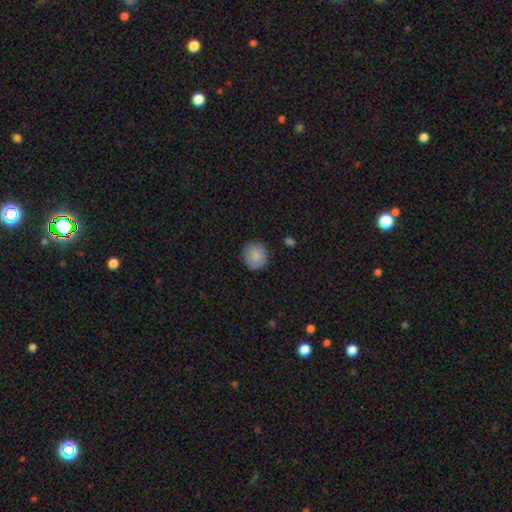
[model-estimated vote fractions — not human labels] Smooth or featured? smooth (85%)
How rounded? round (85%)
Merging? none (85%)